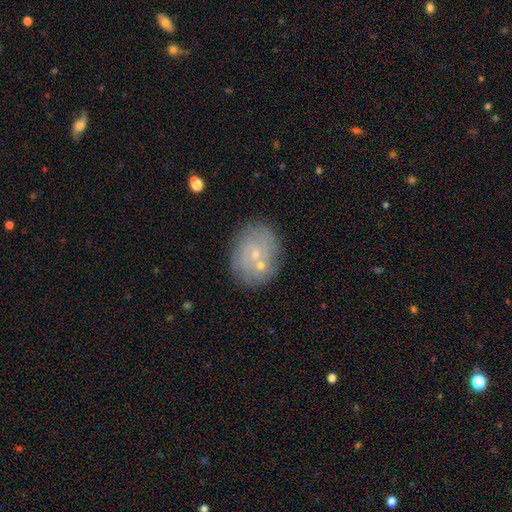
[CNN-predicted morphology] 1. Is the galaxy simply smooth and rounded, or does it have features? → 59% featured or disk, 30% smooth, 11% star or artifact.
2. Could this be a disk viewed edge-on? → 97% no, 3% yes.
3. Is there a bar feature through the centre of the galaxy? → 73% no, 23% weak, 4% strong.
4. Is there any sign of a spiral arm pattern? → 73% yes, 27% no.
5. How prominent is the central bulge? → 79% small, 16% moderate, 3% none, 1% large, 1% dominant.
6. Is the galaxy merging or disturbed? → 73% none, 14% minor disturbance, 9% merger, 4% major disturbance.